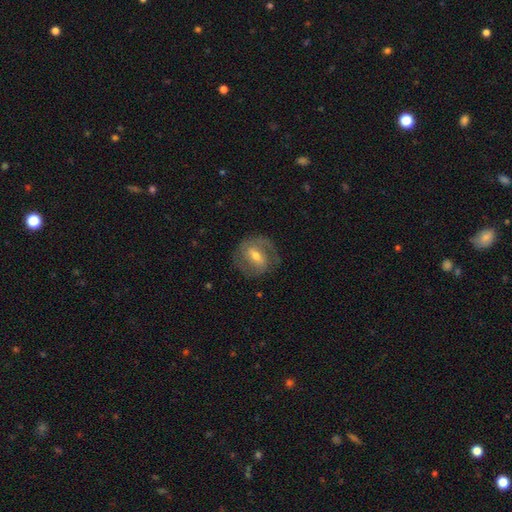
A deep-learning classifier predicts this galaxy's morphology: Smooth or featured? featured or disk (73%)
Edge-on disk? no (95%)
Bar? weak (44%)
Spiral arms? yes (84%)
Spiral winding? medium (45%)
Spiral arm count? 2 (76%)
Bulge size? moderate (59%)
Merging? none (77%)